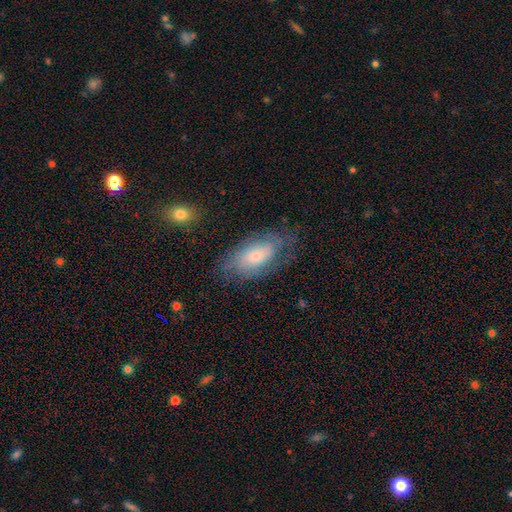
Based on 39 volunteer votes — Smooth or featured?
  - smooth: 56% *
  - featured or disk: 33%
  - star or artifact: 10%
How rounded?
  - in between: 86% *
  - cigar-shaped: 14%
  - round: 0%
Merging?
  - none: 60% *
  - minor disturbance: 26%
  - major disturbance: 14%
  - merger: 0%